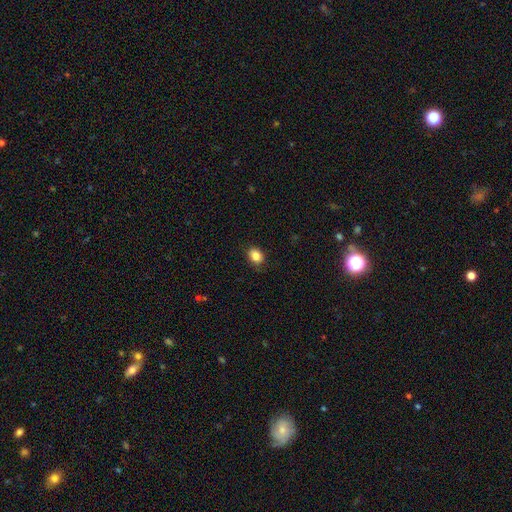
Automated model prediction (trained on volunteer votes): Smooth or featured? smooth (86%)
How rounded? in between (62%)
Merging? none (86%)